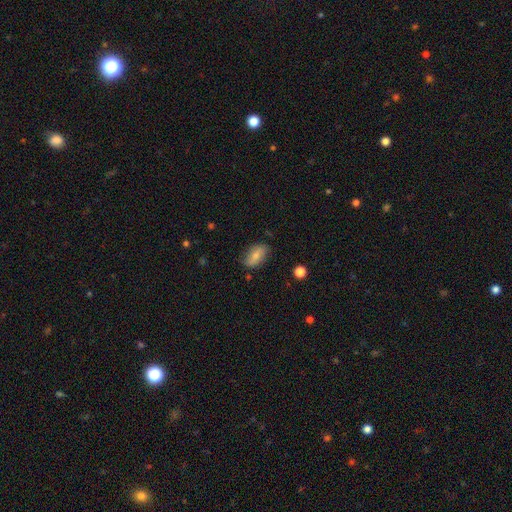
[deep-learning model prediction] smooth 71%, featured or disk 21%, star or artifact 7%. Down the decision tree: how rounded — in between (89%); merging — none (77%).